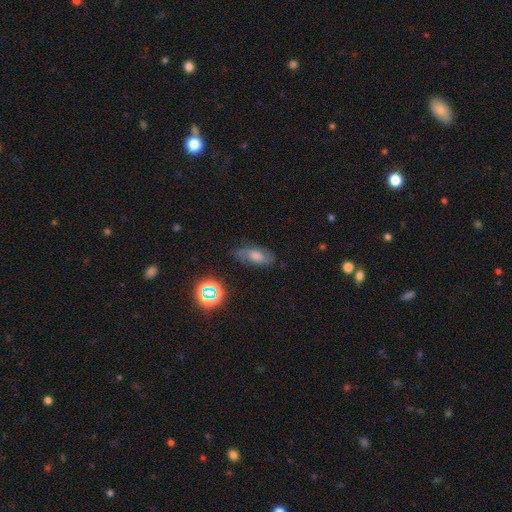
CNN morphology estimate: Smooth or featured? smooth (49%)
Merging? none (70%)